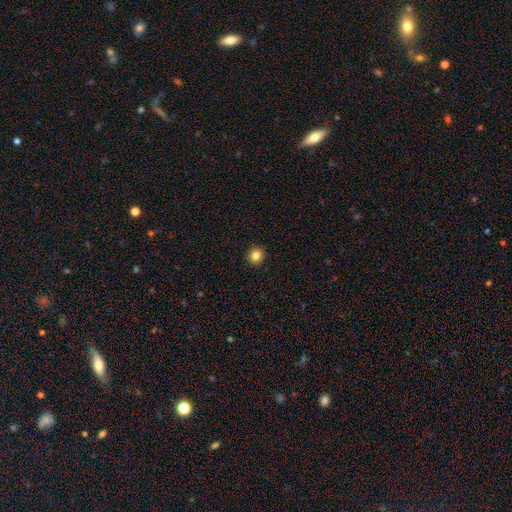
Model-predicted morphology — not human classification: The model was most divided on "smooth or featured": smooth: 84%, star or artifact: 11%, featured or disk: 5%. More confident: merging — none (93%); how rounded — round (87%).